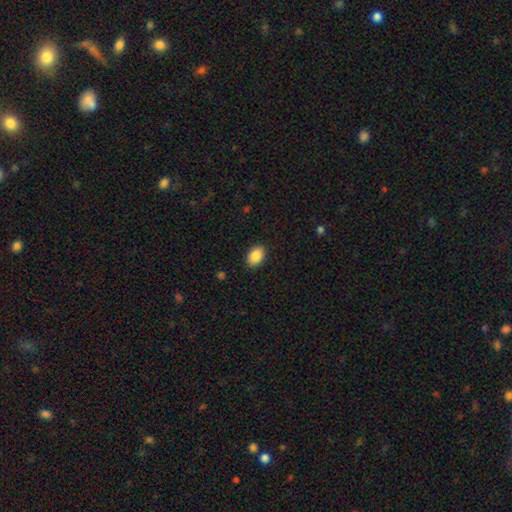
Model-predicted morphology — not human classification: Smooth or featured?
  - smooth: 88% *
  - star or artifact: 7%
  - featured or disk: 4%
How rounded?
  - in between: 83% *
  - round: 16%
  - cigar-shaped: 1%
Merging?
  - none: 89% *
  - minor disturbance: 8%
  - major disturbance: 2%
  - merger: 1%